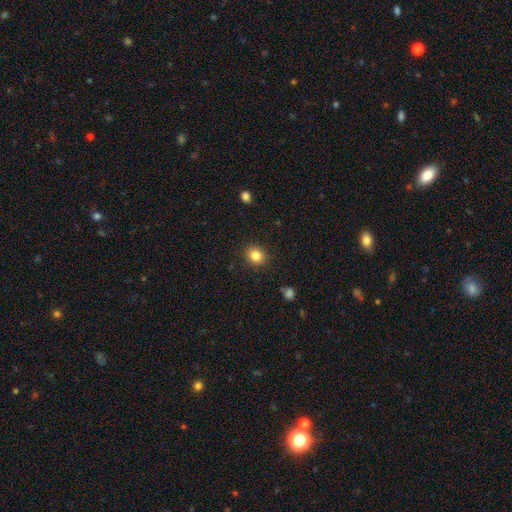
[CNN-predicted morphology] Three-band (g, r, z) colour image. It shows a smooth galaxy with no disk features (83%) that is round (64%). Merging: none (89%).